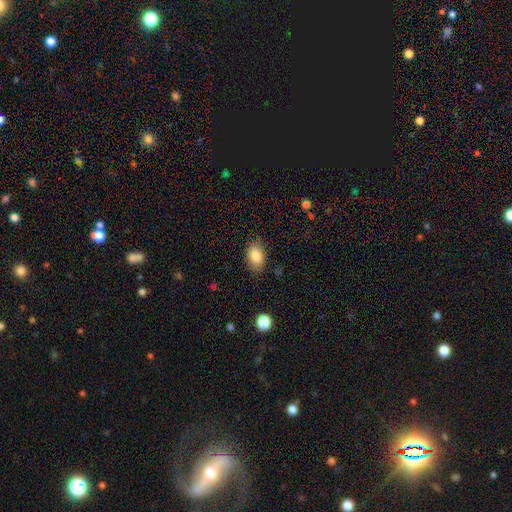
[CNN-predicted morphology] Smooth or featured: smooth — 87% (star or artifact — 7%)
How rounded: in between — 88% (round — 10%)
Merging: none — 81% (minor disturbance — 14%)